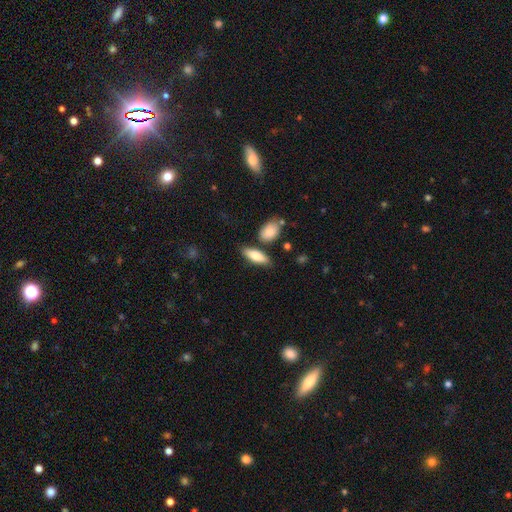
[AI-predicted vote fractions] A smooth galaxy with no disk features (77%) that is in between round and cigar-shaped (69%). Merging: none (73%).